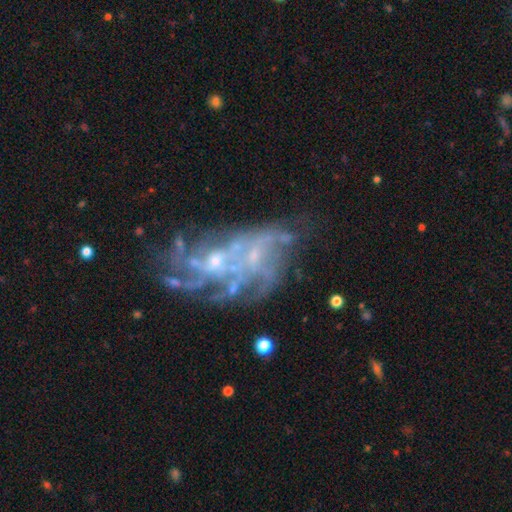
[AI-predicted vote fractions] featured or disk 80%, star or artifact 11%, smooth 8%. Down the decision tree: edge-on disk — no (97%); bar — no (72%); spiral arms — yes (77%); spiral arm count — can't tell (32%); spiral winding — medium (39%); bulge size — small (58%); merging — none (44%).